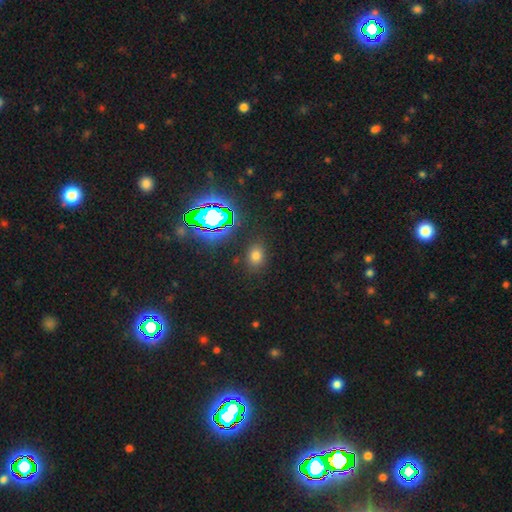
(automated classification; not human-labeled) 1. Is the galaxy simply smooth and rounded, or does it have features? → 66% smooth, 26% star or artifact, 8% featured or disk.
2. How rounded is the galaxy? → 61% in between, 37% round, 2% cigar-shaped.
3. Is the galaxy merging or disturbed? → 85% none, 9% minor disturbance, 3% major disturbance, 2% merger.